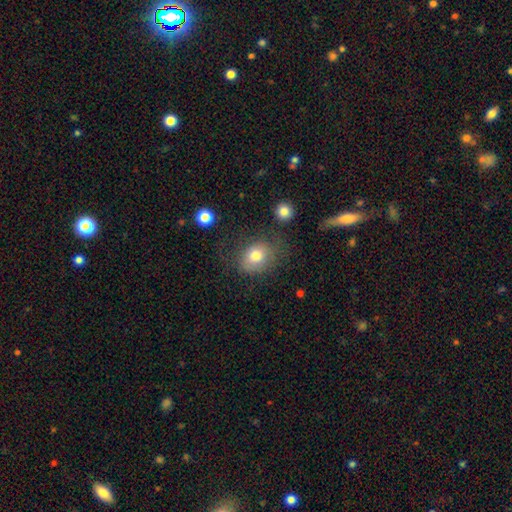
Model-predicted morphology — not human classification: Overall: smooth (79%). How rounded: in between (52%; round 47%). Merging: none (61%; minor disturbance 22%).